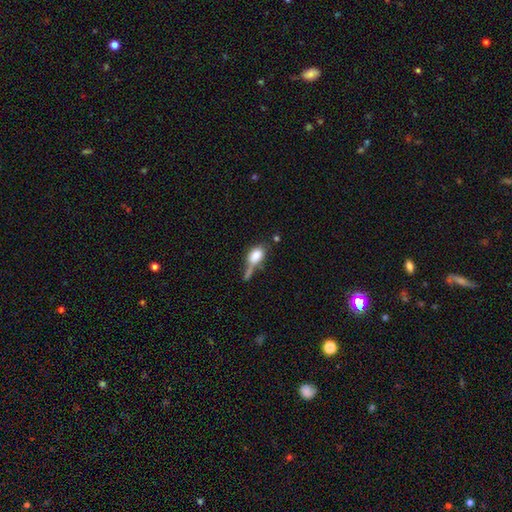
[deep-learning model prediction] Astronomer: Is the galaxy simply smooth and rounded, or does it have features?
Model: smooth — 75%.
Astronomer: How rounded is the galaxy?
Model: in between — 78%.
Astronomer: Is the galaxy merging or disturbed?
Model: merger — 30% (runner-up: none, 28%).